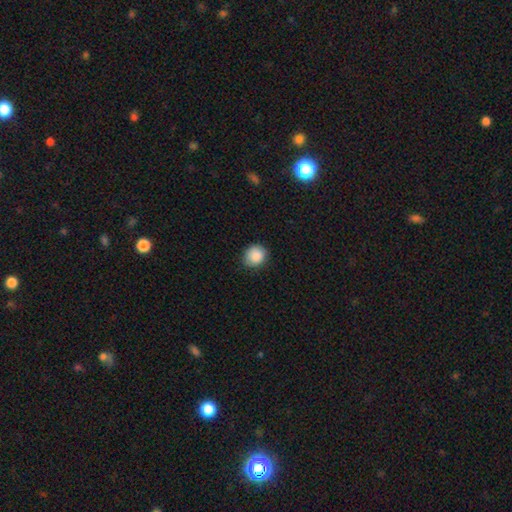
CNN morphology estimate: Smooth or featured? smooth (89%)
How rounded? round (80%)
Merging? none (84%)